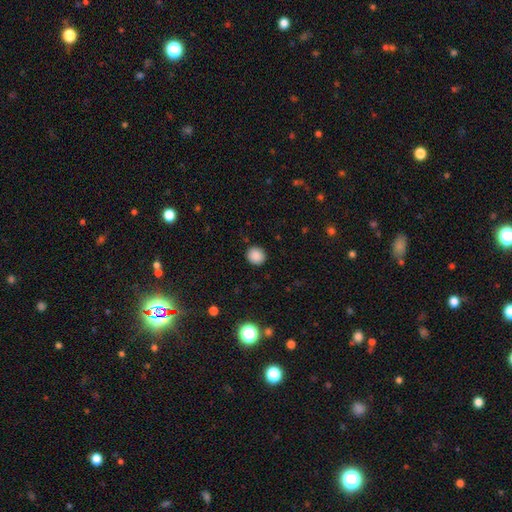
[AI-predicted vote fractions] smooth 88%, star or artifact 10%, featured or disk 3%. Down the decision tree: how rounded — round (85%); merging — none (91%).